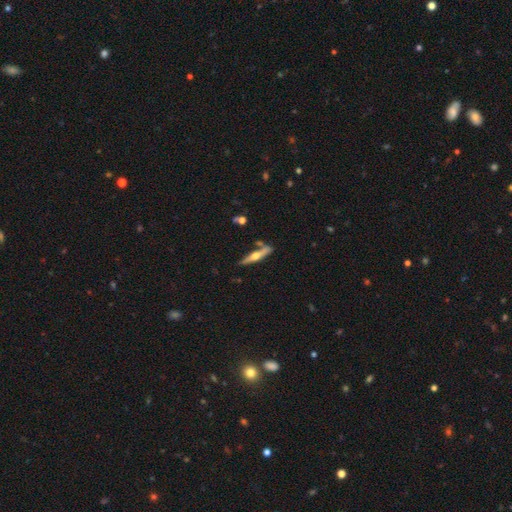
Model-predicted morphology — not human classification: Smooth or featured?
  - featured or disk: 63% *
  - smooth: 32%
  - star or artifact: 6%
Edge-on disk?
  - yes: 95% *
  - no: 5%
Edge-on bulge?
  - rounded: 93% *
  - none: 4%
  - boxy: 3%
Merging?
  - none: 77% *
  - minor disturbance: 12%
  - merger: 8%
  - major disturbance: 3%